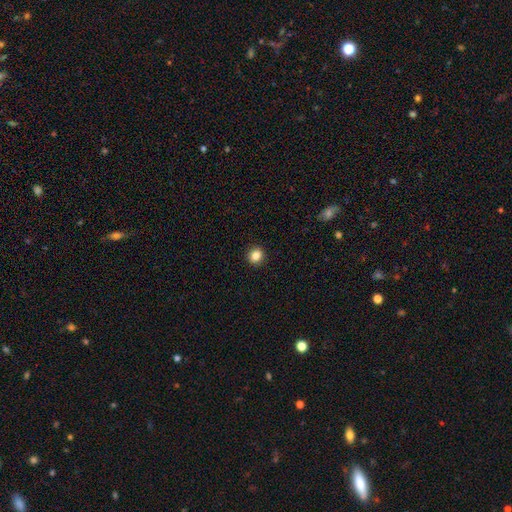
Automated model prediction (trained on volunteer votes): A smooth galaxy with no disk features (85%) that is round (80%). Merging: none (92%).